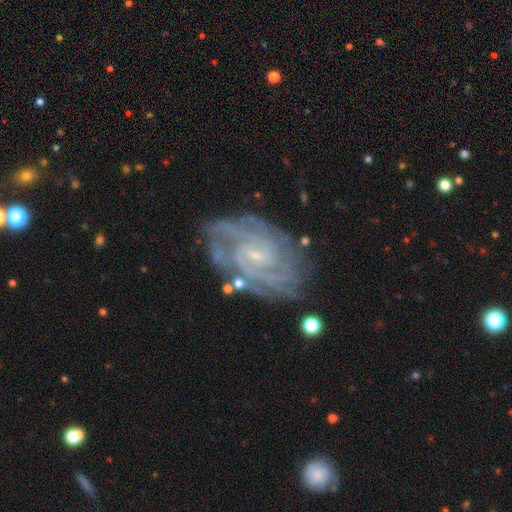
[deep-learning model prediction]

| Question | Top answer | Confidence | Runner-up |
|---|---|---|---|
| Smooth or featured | featured or disk | 91% | star or artifact (5%) |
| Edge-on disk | no | 97% | yes (3%) |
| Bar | no | 45% | weak (42%) |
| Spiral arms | yes | 98% | no (2%) |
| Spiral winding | tight | 71% | medium (26%) |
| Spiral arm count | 2 | 32% | 3 (21%) |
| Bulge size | small | 83% | moderate (11%) |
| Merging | none | 76% | minor disturbance (17%) |